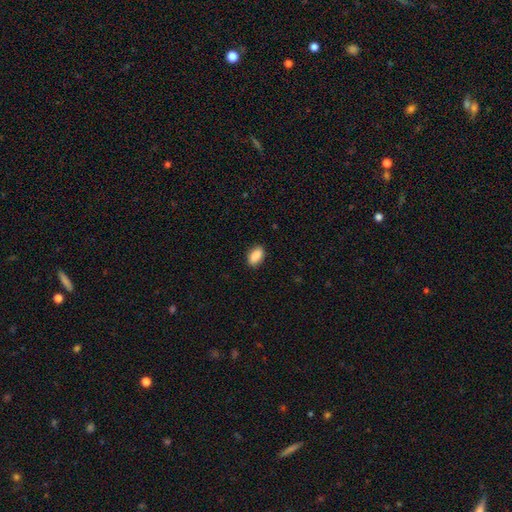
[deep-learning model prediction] Overall: smooth (89%). How rounded: in between (90%). Merging: none (87%).